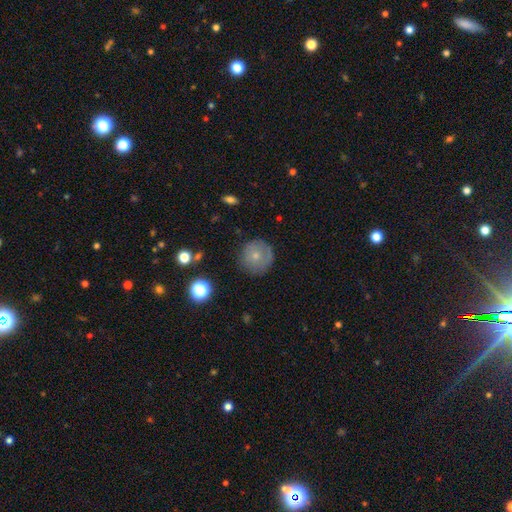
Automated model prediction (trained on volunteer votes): Smooth or featured?
  - smooth: 67% *
  - featured or disk: 23%
  - star or artifact: 10%
How rounded?
  - round: 94% *
  - in between: 5%
  - cigar-shaped: 1%
Merging?
  - none: 80% *
  - minor disturbance: 14%
  - major disturbance: 4%
  - merger: 1%